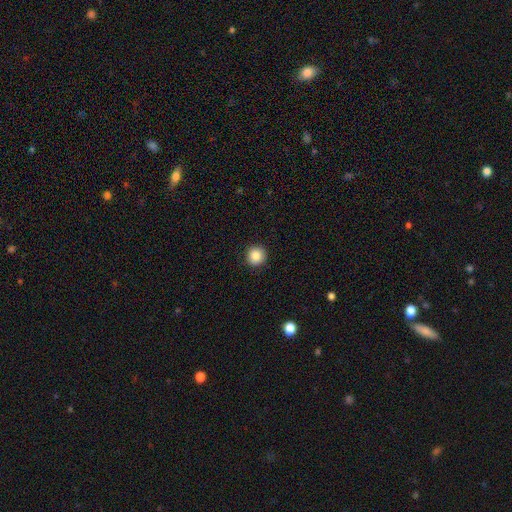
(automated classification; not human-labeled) smooth-or-featured: smooth: 86% | star or artifact: 10% | featured or disk: 4%
  how-rounded: round: 94% | in between: 5% | cigar-shaped: 1%
  merging: none: 91% | minor disturbance: 6% | major disturbance: 2% | merger: 1%